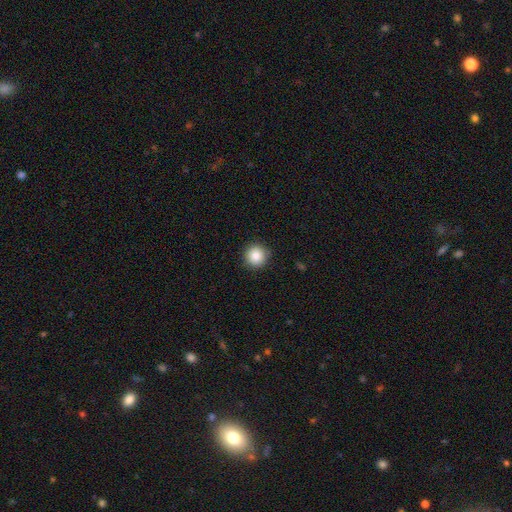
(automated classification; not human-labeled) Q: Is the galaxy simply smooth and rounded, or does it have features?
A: smooth — 86%.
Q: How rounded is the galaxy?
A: round — 94%.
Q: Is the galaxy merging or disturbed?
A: none — 90%.